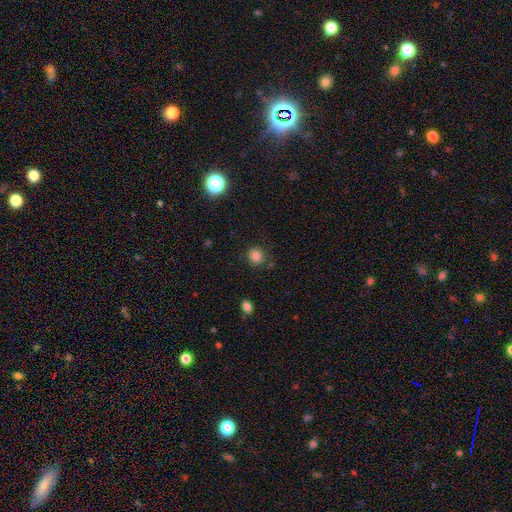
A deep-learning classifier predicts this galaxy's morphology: smooth-or-featured: smooth: 84% | star or artifact: 12% | featured or disk: 4%
  how-rounded: round: 82% | in between: 17% | cigar-shaped: 1%
  merging: none: 83% | minor disturbance: 11% | major disturbance: 3% | merger: 3%